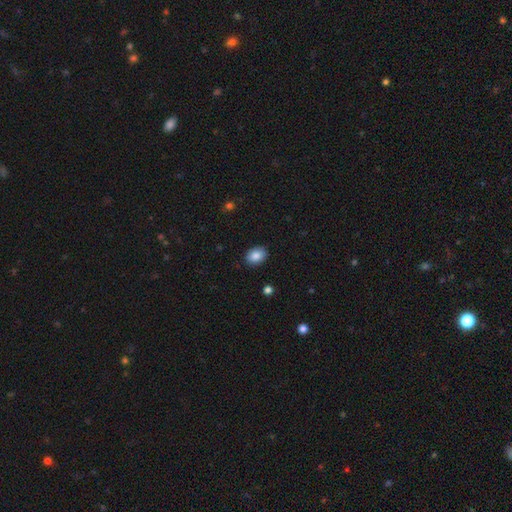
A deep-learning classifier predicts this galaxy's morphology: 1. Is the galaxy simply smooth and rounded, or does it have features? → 87% smooth, 8% star or artifact, 6% featured or disk.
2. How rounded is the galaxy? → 74% in between, 25% round, 1% cigar-shaped.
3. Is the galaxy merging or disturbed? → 89% none, 9% minor disturbance, 2% major disturbance, 1% merger.